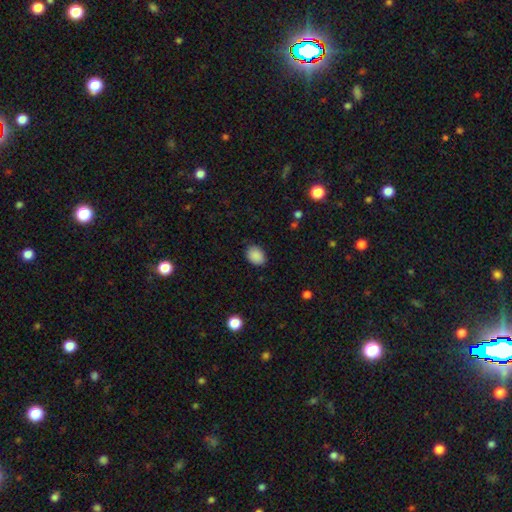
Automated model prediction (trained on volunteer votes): A smooth galaxy with no disk features (89%) that is in between round and cigar-shaped (66%). Merging: none (84%).